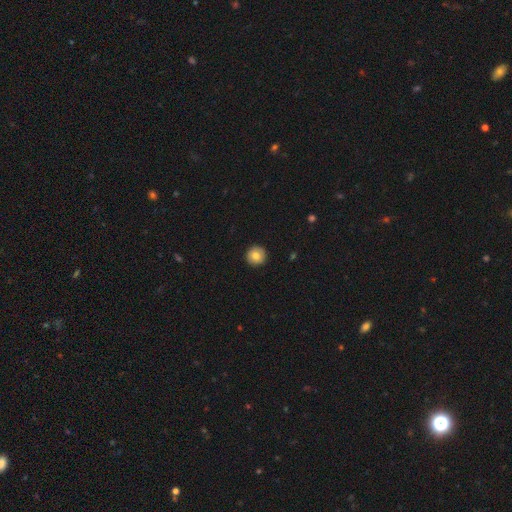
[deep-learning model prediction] Q: Smooth or featured?
A: smooth (80%); runner-up: featured or disk (11%)
Q: How rounded?
A: round (96%); runner-up: in between (3%)
Q: Merging?
A: none (92%); runner-up: minor disturbance (5%)